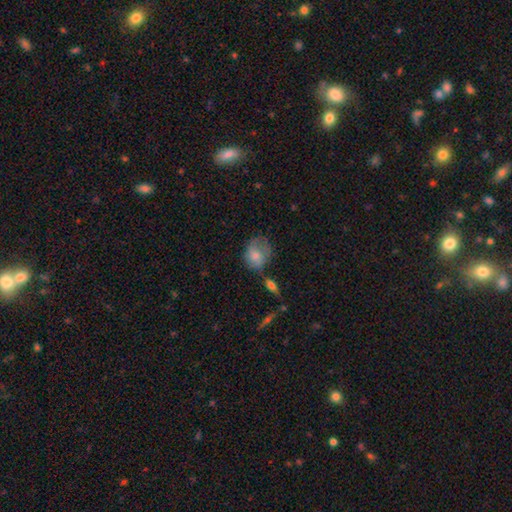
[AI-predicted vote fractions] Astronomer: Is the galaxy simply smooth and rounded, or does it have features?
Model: smooth — 68%.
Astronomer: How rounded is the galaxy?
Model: round — 51% (runner-up: in between, 48%).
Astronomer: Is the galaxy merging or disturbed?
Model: none — 40% (runner-up: minor disturbance, 33%).